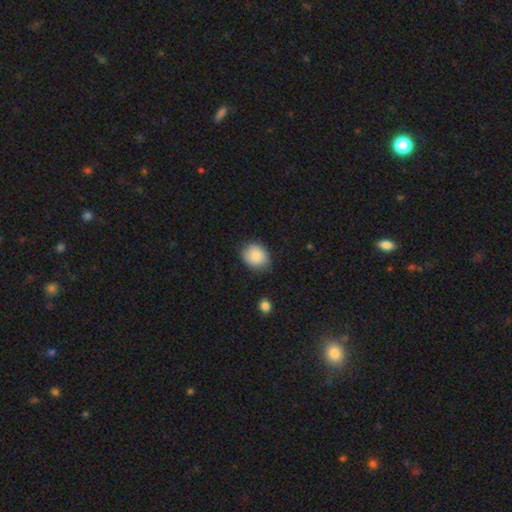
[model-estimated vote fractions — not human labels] This is clearly a smooth galaxy (87%). How rounded: possibly round (57%). Merging: likely none (74%).